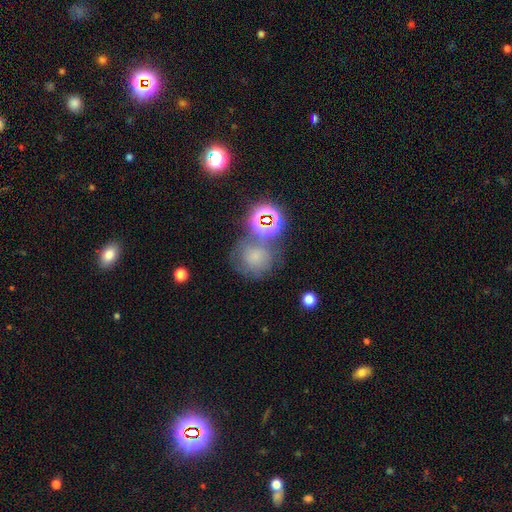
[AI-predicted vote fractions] smooth-or-featured: smooth: 56% | star or artifact: 26% | featured or disk: 17%
  how-rounded: round: 83% | in between: 16% | cigar-shaped: 1%
  merging: none: 53% | merger: 19% | minor disturbance: 17% | major disturbance: 11%